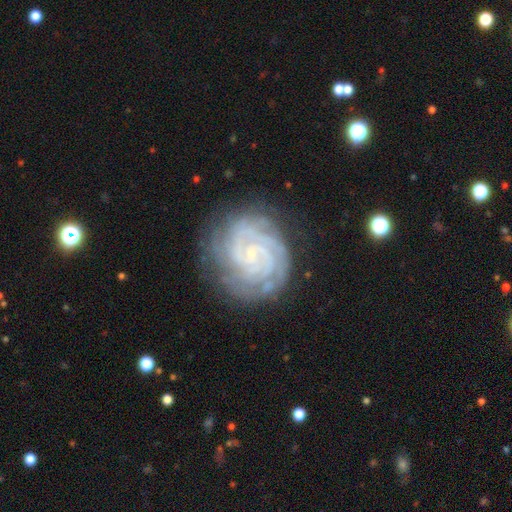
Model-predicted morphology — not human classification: A featured or disk galaxy (86%) with no bar (65%), tight (82%) spiral arms (98%) and a small central bulge (83%).

Vote fractions:
- Smooth or featured? featured or disk: 86% / smooth: 7% / star or artifact: 7%
- Edge-on disk? no: 98% / yes: 2%
- Bar? no: 65% / weak: 27% / strong: 8%
- Spiral arms? yes: 98% / no: 2%
- Spiral winding? tight: 82% / medium: 16% / loose: 2%
- Spiral arm count? can't tell: 24% / 3: 22% / 4: 20% / 2: 18% / more than 4: 9% / 1: 7%
- Bulge size? small: 83% / moderate: 10% / none: 5% / large: 1% / dominant: 1%
- Merging? none: 78% / minor disturbance: 15% / major disturbance: 5% / merger: 1%